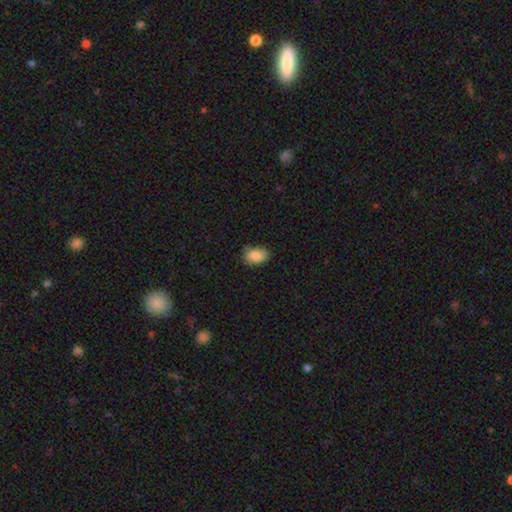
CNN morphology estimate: smooth_or_featured: smooth (p=0.87) [alt: star or artifact p=0.08]
how_rounded: in between (p=0.87) [alt: round p=0.12]
merging: none (p=0.72) [alt: minor disturbance p=0.23]